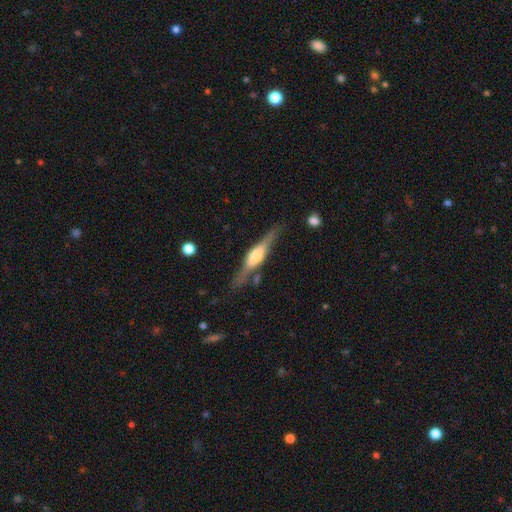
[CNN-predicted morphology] Smooth or featured? featured or disk (75%)
Edge-on disk? yes (96%)
Edge-on bulge? rounded (76%)
Merging? none (81%)